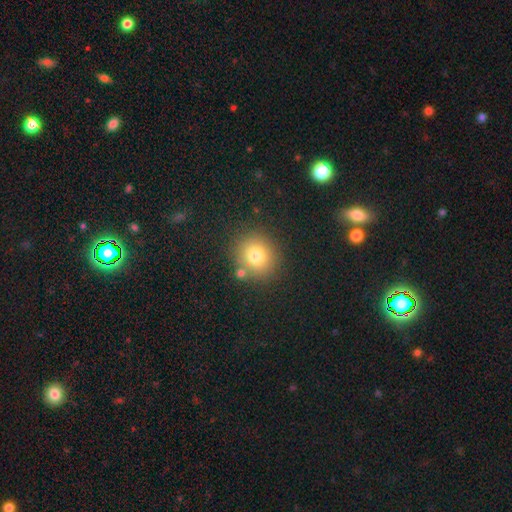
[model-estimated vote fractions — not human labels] Morphology: type=smooth (77%); roundness=round (86%); merging=none (80%).